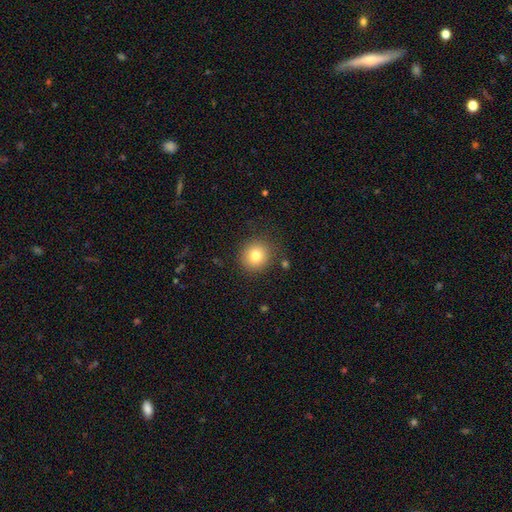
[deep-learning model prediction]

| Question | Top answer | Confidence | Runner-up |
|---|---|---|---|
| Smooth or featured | smooth | 79% | star or artifact (11%) |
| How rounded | round | 92% | in between (8%) |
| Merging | none | 87% | minor disturbance (8%) |